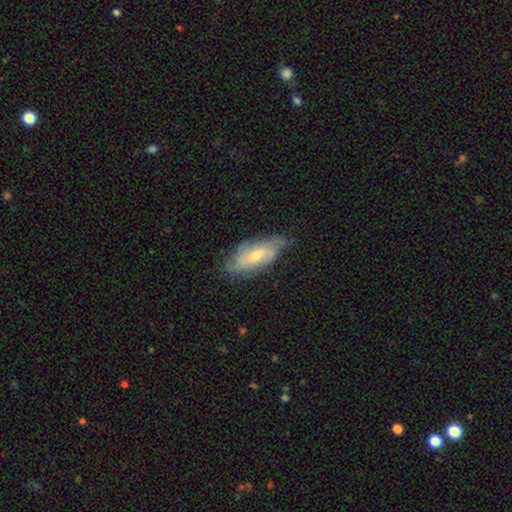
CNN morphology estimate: smooth_or_featured: featured or disk (p=0.56) [alt: smooth p=0.37]
disk_edge_on: no (p=0.85) [alt: yes p=0.15]
merging: none (p=0.62) [alt: minor disturbance p=0.29]